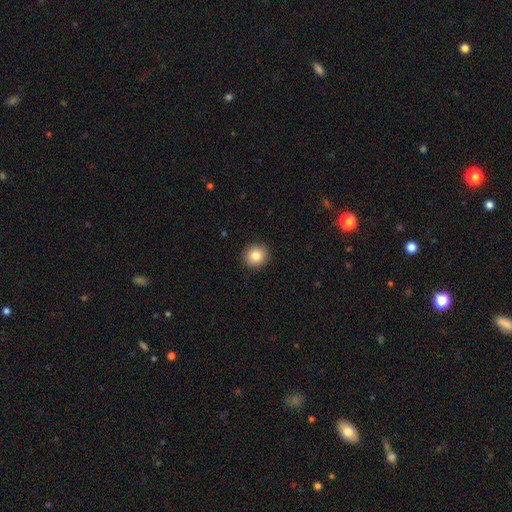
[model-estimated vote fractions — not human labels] Overall: smooth (82%). How rounded: round (87%). Merging: none (92%).